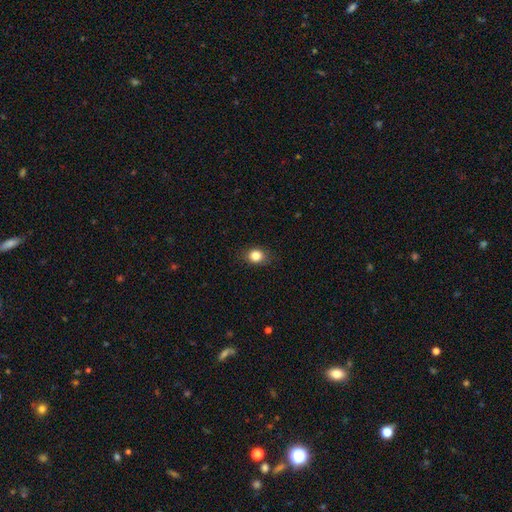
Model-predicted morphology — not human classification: Smooth or featured? smooth (84%)
How rounded? round (57%)
Merging? none (83%)